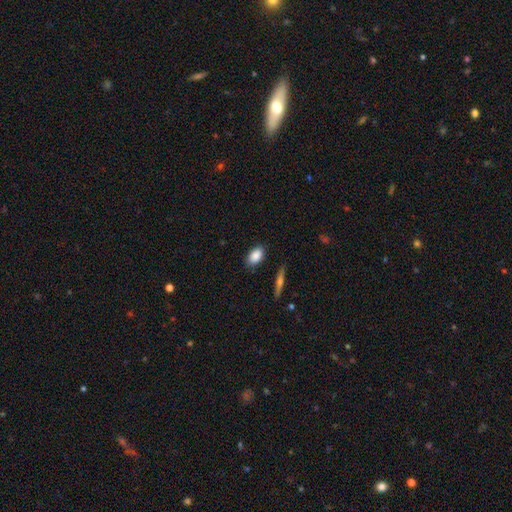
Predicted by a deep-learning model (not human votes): Morphology: type=smooth (87%); roundness=in between (88%); merging=none (83%).